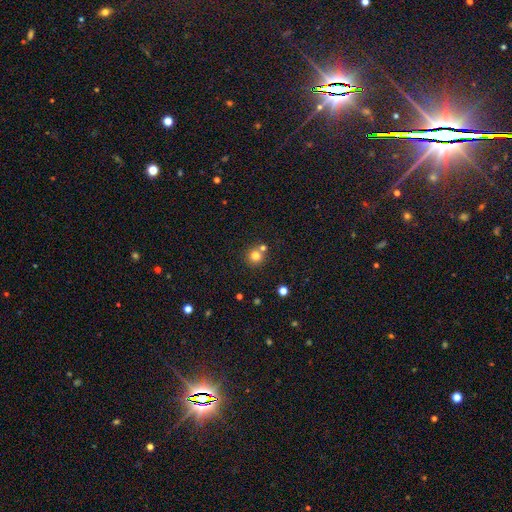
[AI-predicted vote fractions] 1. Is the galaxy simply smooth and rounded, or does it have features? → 79% smooth, 13% star or artifact, 8% featured or disk.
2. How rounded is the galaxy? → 93% round, 6% in between, 1% cigar-shaped.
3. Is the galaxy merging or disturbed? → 66% none, 25% merger, 7% minor disturbance, 2% major disturbance.